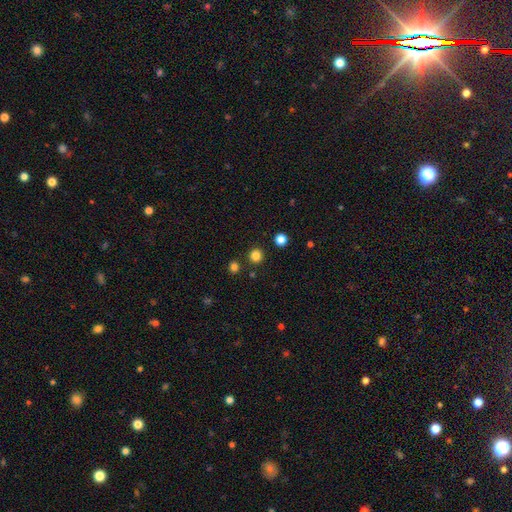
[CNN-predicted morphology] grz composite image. It shows a smooth galaxy with no disk features (82%) that is round (94%). Merging: none (89%).